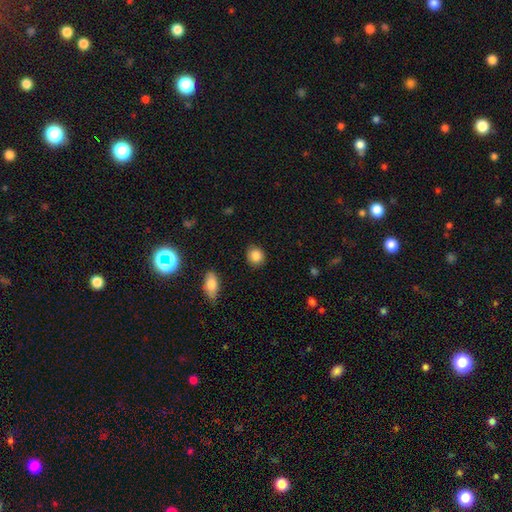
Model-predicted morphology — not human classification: This is clearly a smooth galaxy (86%). How rounded: clearly round (80%). Merging: clearly none (88%).